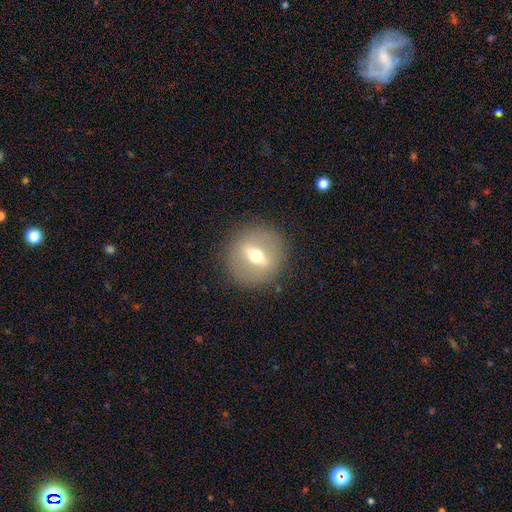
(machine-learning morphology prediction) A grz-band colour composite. It shows a featured or disk galaxy (53%). Merging: none (89%).